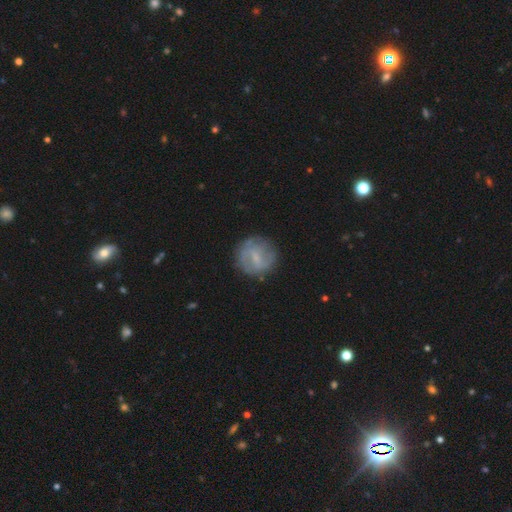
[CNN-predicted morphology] smooth_or_featured: featured or disk (p=0.54) [alt: smooth p=0.38]
disk_edge_on: no (p=0.96) [alt: yes p=0.04]
bar: weak (p=0.56) [alt: no p=0.23]
has_spiral_arms: yes (p=0.65) [alt: no p=0.35]
bulge_size: small (p=0.53) [alt: none p=0.24]
merging: none (p=0.79) [alt: minor disturbance p=0.14]